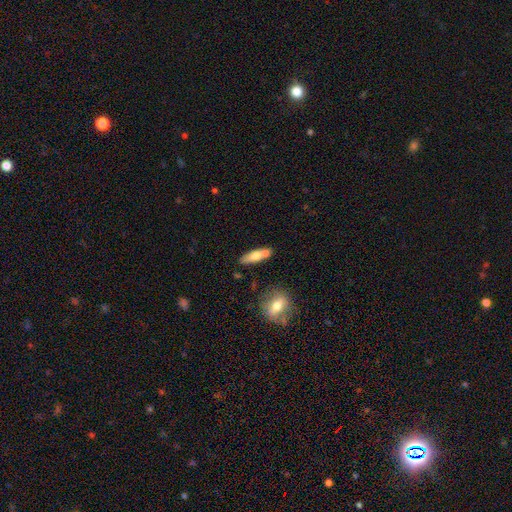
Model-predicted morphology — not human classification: The model was most divided on "how rounded": in between: 49%, cigar-shaped: 48%, round: 4%. More confident: smooth or featured — smooth (63%); merging — none (56%).